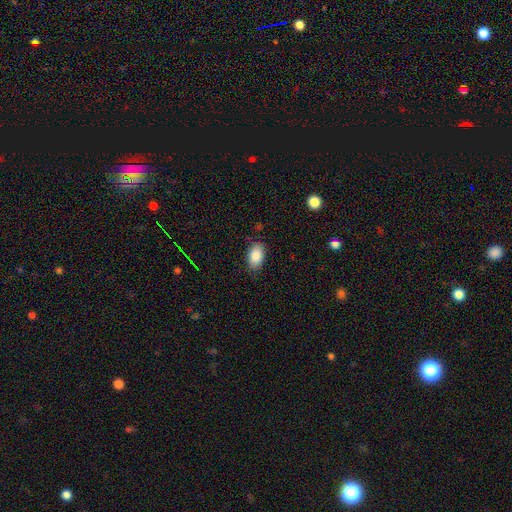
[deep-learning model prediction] smooth-or-featured: smooth: 87% | star or artifact: 7% | featured or disk: 6%
  how-rounded: in between: 93% | round: 5% | cigar-shaped: 2%
  merging: none: 84% | minor disturbance: 13% | major disturbance: 3% | merger: 1%